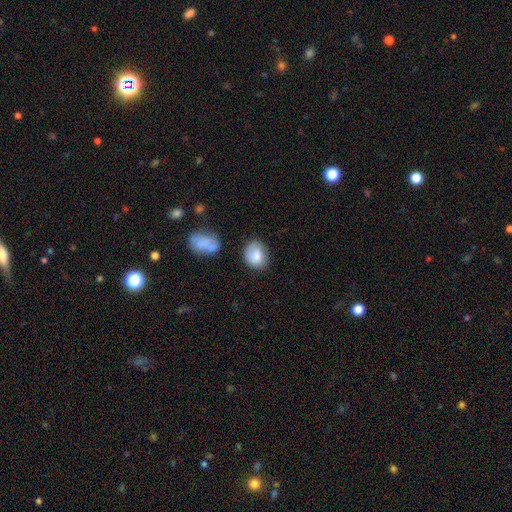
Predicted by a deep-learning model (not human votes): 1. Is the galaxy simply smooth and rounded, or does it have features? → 82% smooth, 11% featured or disk, 7% star or artifact.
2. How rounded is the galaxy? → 54% in between, 45% round, 1% cigar-shaped.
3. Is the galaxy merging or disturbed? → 67% none, 23% minor disturbance, 6% major disturbance, 4% merger.